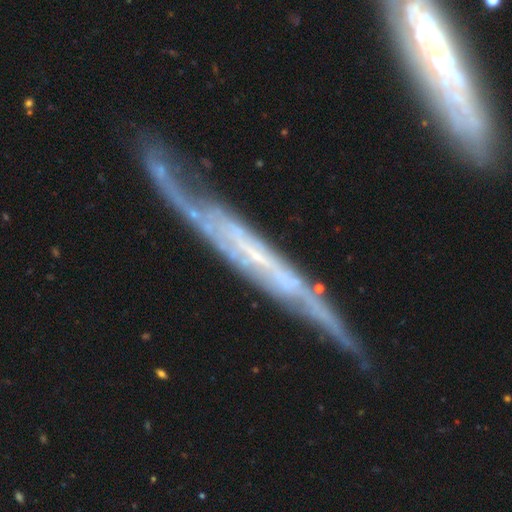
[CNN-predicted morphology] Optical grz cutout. It shows a featured or disk galaxy (81%) viewed edge-on (63%) with no central bulge (77%). Merging: none (55%).